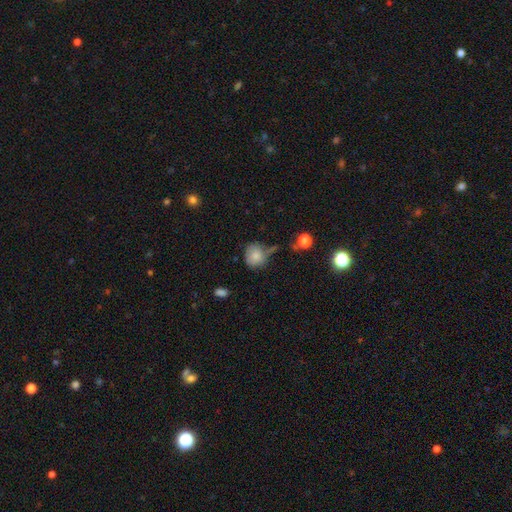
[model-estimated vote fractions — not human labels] smooth_or_featured: smooth (p=0.80) [alt: featured or disk p=0.11]
how_rounded: round (p=0.79) [alt: in between p=0.20]
merging: none (p=0.50) [alt: minor disturbance p=0.29]